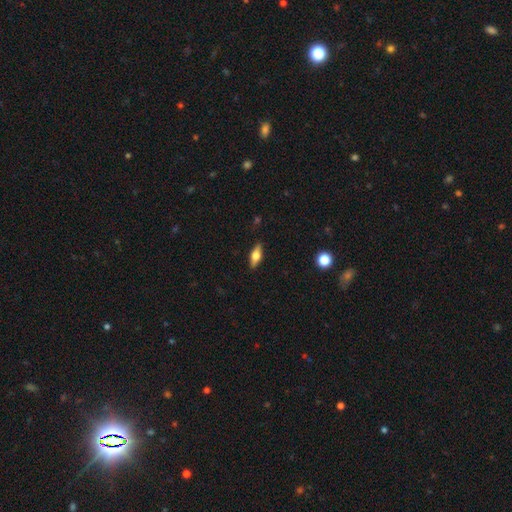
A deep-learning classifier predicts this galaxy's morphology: type=smooth (49%); merging=none (88%).